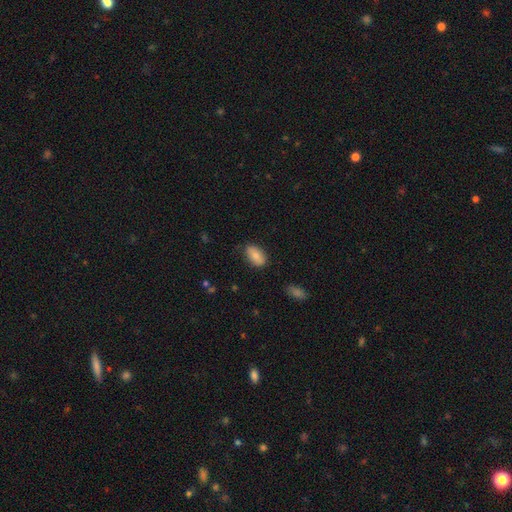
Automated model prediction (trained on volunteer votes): Morphology: type=smooth (79%); roundness=in between (92%); merging=none (78%).